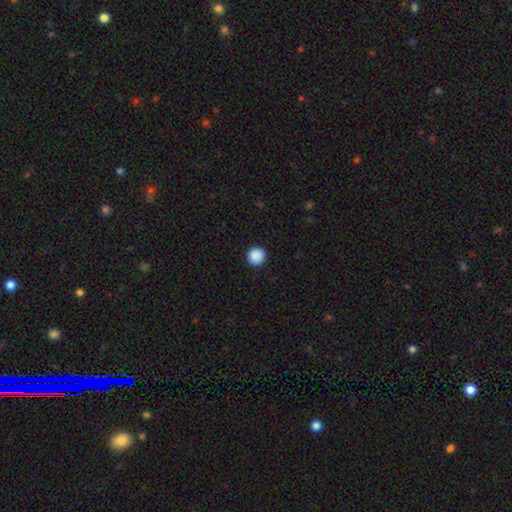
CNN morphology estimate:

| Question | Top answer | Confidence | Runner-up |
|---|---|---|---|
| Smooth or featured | smooth | 89% | star or artifact (9%) |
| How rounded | round | 96% | in between (3%) |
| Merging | none | 93% | minor disturbance (5%) |